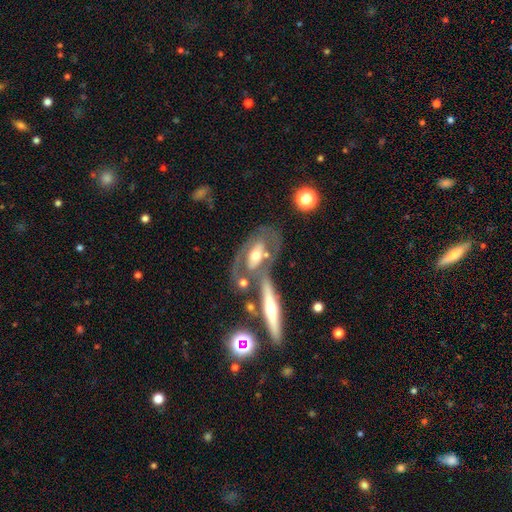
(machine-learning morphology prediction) The model was most divided on "spiral arms": no: 53%, yes: 47%. Remaining: edge-on disk — no (80%); smooth or featured — featured or disk (68%); bulge size — moderate (67%); bar — no (54%); merging — none (44%).